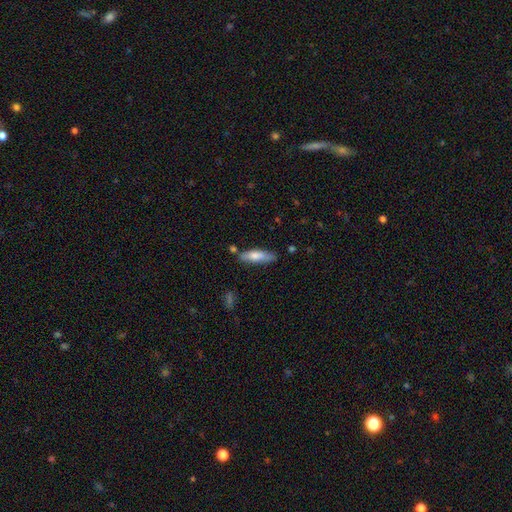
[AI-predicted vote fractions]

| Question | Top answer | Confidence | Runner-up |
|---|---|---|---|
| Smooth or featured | smooth | 74% | featured or disk (21%) |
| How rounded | cigar-shaped | 63% | in between (35%) |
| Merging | none | 72% | minor disturbance (18%) |